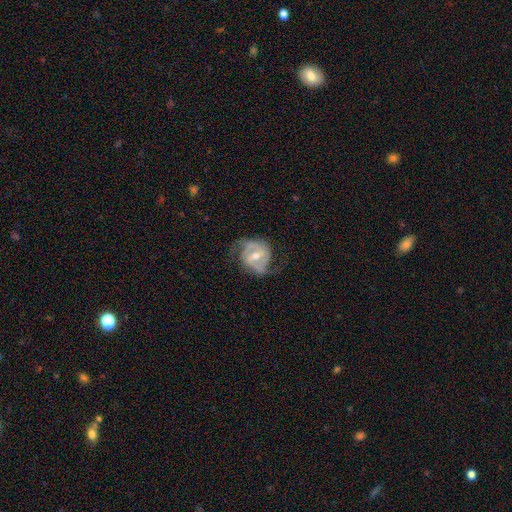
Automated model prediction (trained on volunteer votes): Morphology: type=featured or disk (84%); edge-on=no (97%); bar=weak (48%); spiral arms=yes (92%); winding=medium (46%); arm count=2 (76%); bulge=moderate (65%); merging=none (63%).